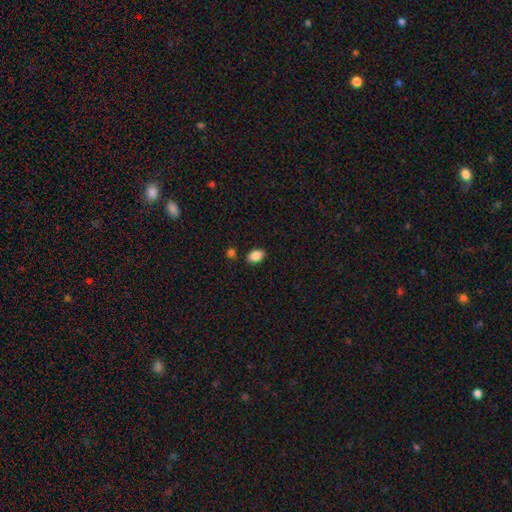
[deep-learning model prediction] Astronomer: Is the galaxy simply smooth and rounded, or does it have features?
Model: smooth — 87%.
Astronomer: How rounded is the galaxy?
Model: in between — 86%.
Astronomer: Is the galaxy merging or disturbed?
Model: none — 85%.